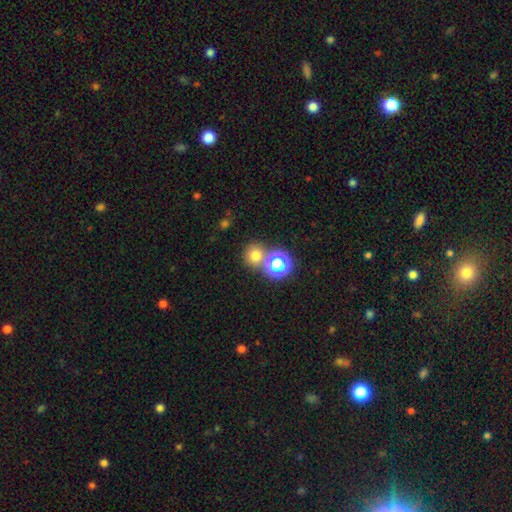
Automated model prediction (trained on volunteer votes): smooth 70%, star or artifact 22%, featured or disk 8%. Down the decision tree: how rounded — round (88%); merging — none (64%).